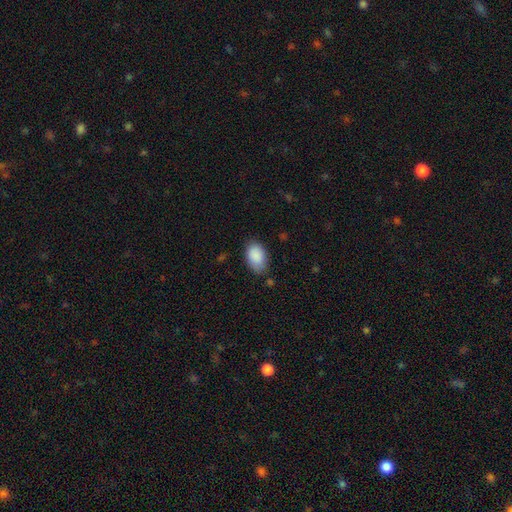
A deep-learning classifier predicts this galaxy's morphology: smooth-or-featured: smooth: 89% | star or artifact: 6% | featured or disk: 5%
  how-rounded: in between: 91% | round: 8% | cigar-shaped: 1%
  merging: none: 74% | minor disturbance: 20% | major disturbance: 4% | merger: 2%